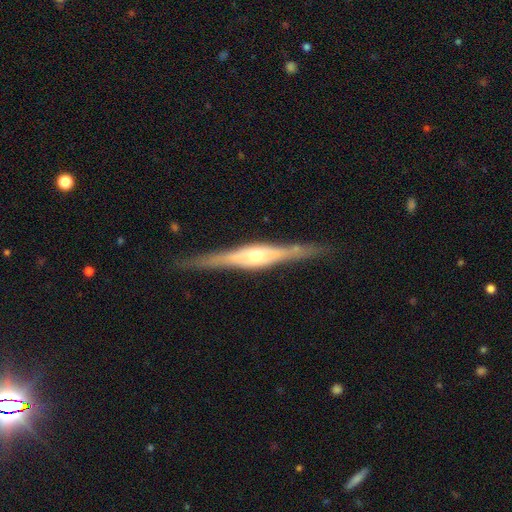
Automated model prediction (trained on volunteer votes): featured or disk 82%, smooth 13%, star or artifact 5%. Down the decision tree: edge-on disk — yes (97%); edge-on bulge — rounded (78%); merging — none (86%).